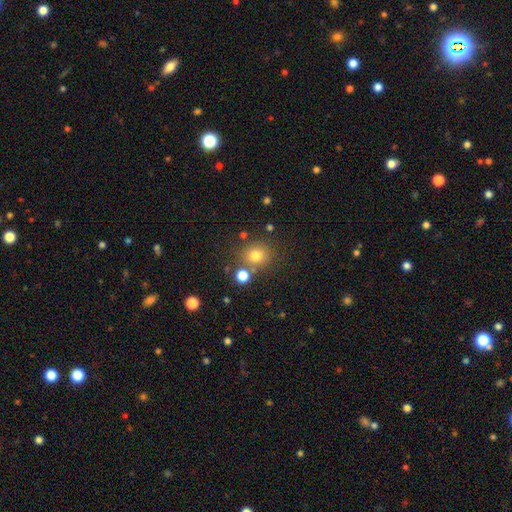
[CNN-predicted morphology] A smooth galaxy with no disk features (77%) that is round (84%). Merging: none (75%).